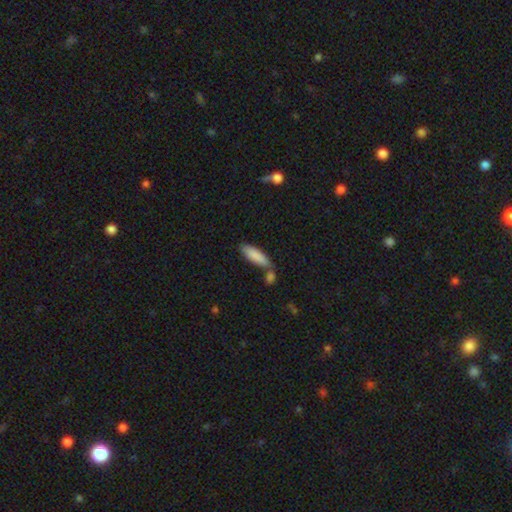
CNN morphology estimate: Overall: smooth (86%). How rounded: in between (50%; cigar-shaped 48%). Merging: none (57%; merger 24%).